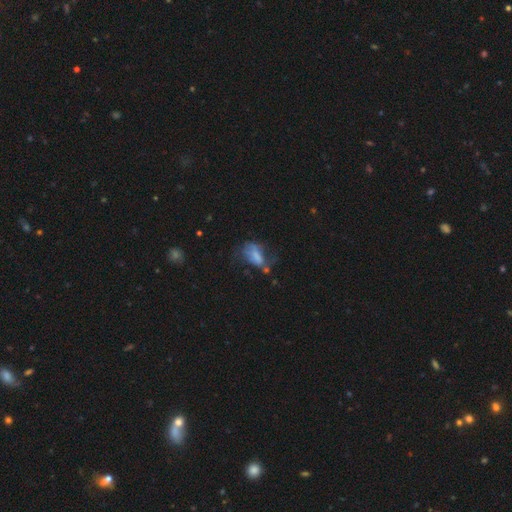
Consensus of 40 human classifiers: smooth_or_featured: smooth (p=0.50) [alt: featured or disk p=0.40]
how_rounded: in between (p=0.90) [alt: cigar-shaped p=0.10]
merging: major disturbance (p=0.42) [alt: minor disturbance p=0.33]